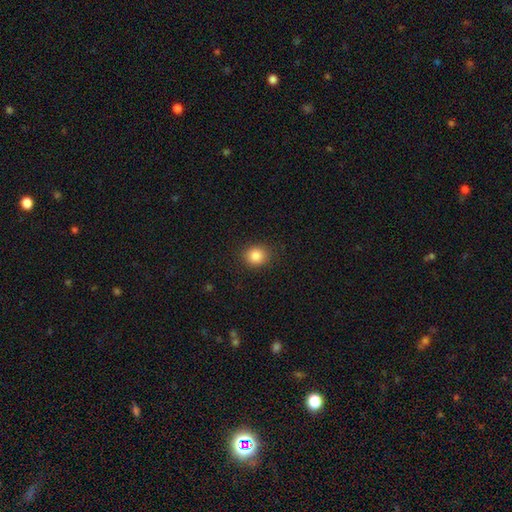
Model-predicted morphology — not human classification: This is clearly a smooth galaxy (86%). How rounded: likely round (79%). Merging: clearly none (88%).